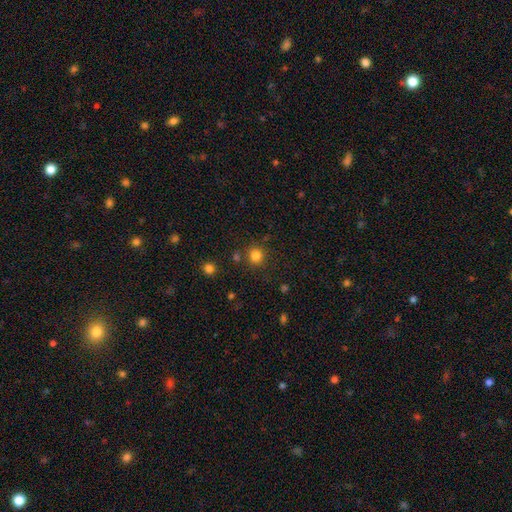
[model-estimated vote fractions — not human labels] Q: Smooth or featured?
A: smooth (82%); runner-up: star or artifact (14%)
Q: How rounded?
A: round (92%); runner-up: in between (7%)
Q: Merging?
A: none (83%); runner-up: minor disturbance (8%)